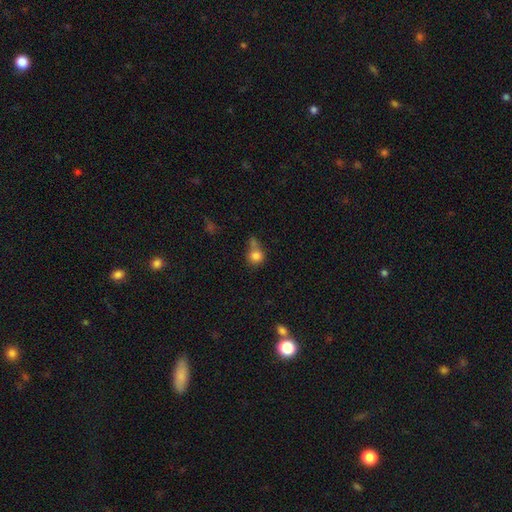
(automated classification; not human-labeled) A smooth galaxy with no disk features (81%) that is round (83%).

Vote fractions:
- Smooth or featured? smooth: 81% / star or artifact: 11% / featured or disk: 8%
- How rounded? round: 83% / in between: 16% / cigar-shaped: 1%
- Merging? none: 43% / merger: 34% / minor disturbance: 15% / major disturbance: 8%